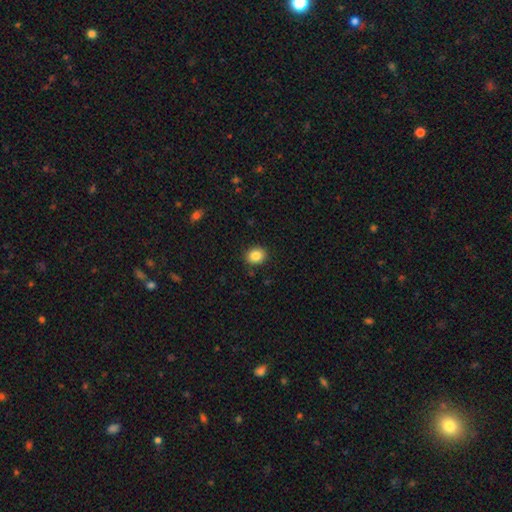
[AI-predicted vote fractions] smooth_or_featured: smooth (p=0.86) [alt: star or artifact p=0.09]
how_rounded: round (p=0.62) [alt: in between p=0.37]
merging: none (p=0.89) [alt: minor disturbance p=0.08]